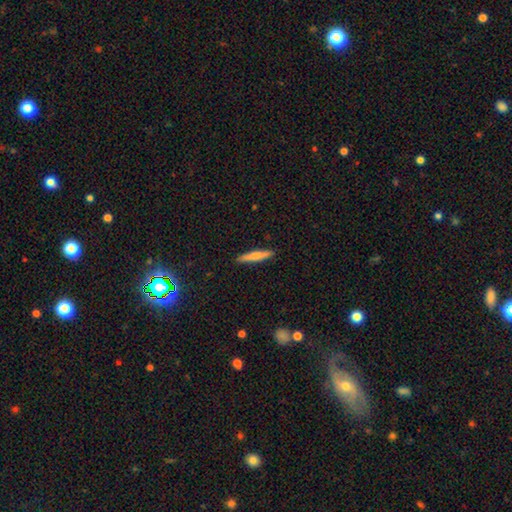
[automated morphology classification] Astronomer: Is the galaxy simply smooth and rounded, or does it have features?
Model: smooth — 66%.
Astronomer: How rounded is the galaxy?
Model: cigar-shaped — 91%.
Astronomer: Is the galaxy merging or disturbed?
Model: none — 91%.